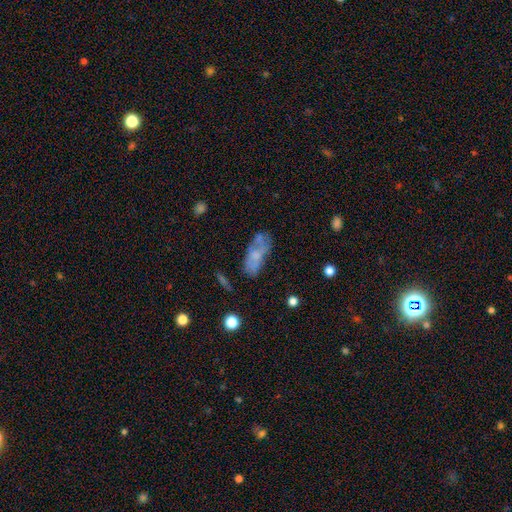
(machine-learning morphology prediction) Smooth or featured?
  - smooth: 47% *
  - featured or disk: 43%
  - star or artifact: 10%
Merging?
  - none: 51% *
  - minor disturbance: 24%
  - major disturbance: 15%
  - merger: 10%